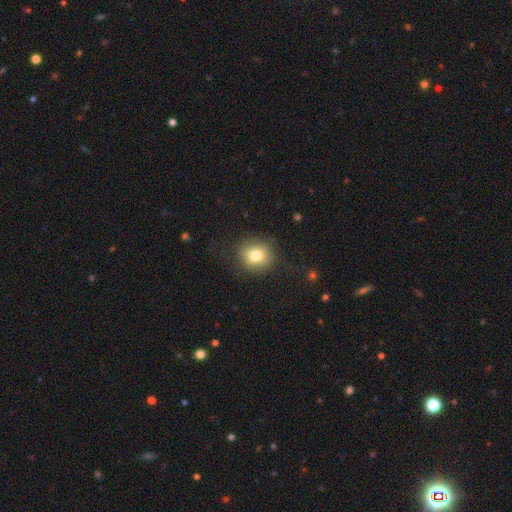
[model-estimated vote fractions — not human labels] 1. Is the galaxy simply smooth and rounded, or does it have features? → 76% smooth, 13% featured or disk, 11% star or artifact.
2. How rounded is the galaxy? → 82% round, 16% in between, 1% cigar-shaped.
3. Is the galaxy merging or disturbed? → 81% none, 13% minor disturbance, 5% major disturbance, 1% merger.